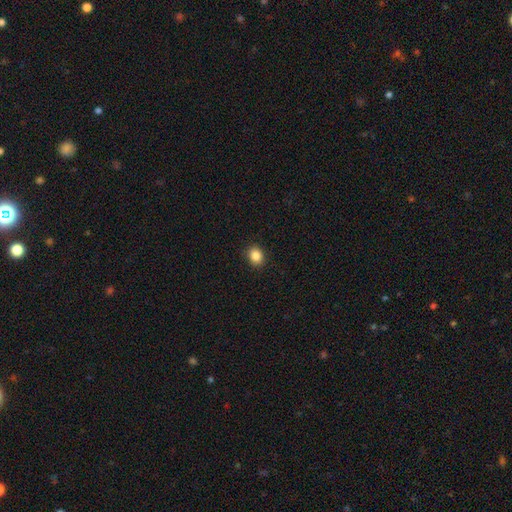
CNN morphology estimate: type=smooth (86%); roundness=round (58%); merging=none (90%).